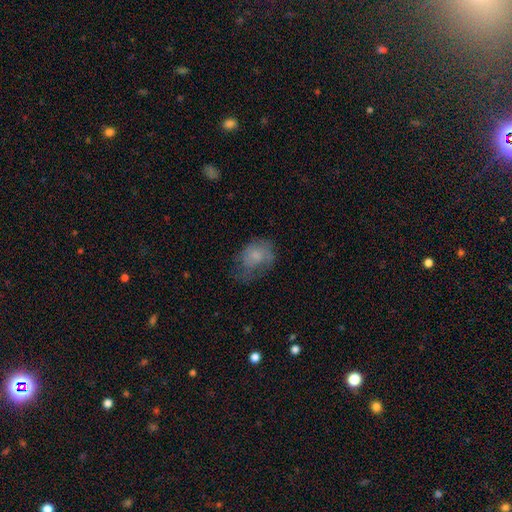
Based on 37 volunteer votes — Smooth or featured? 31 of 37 (84%) said smooth. How rounded? 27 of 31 (87%) said in between. Merging? 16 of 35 (46%) said none.